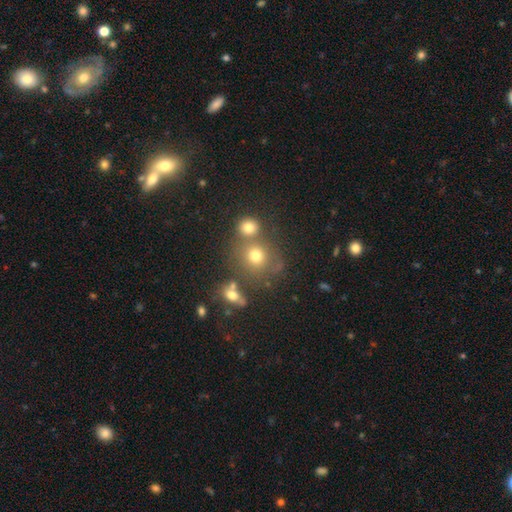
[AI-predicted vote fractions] A smooth galaxy with no disk features (68%) that is round (83%). Merging: none (57%).